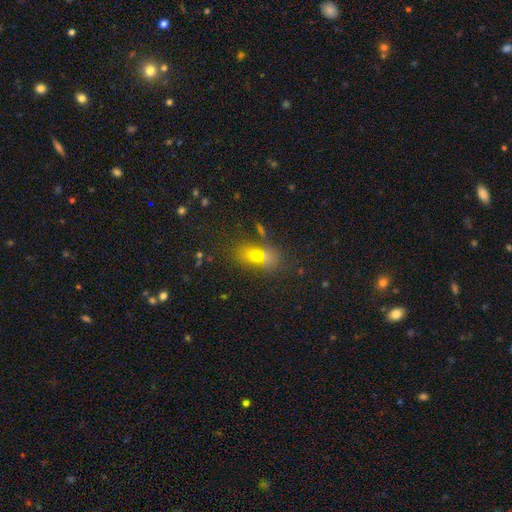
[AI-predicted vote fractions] Q: Smooth or featured?
A: smooth (65%); runner-up: star or artifact (20%)
Q: How rounded?
A: in between (76%); runner-up: round (19%)
Q: Merging?
A: none (60%); runner-up: merger (17%)